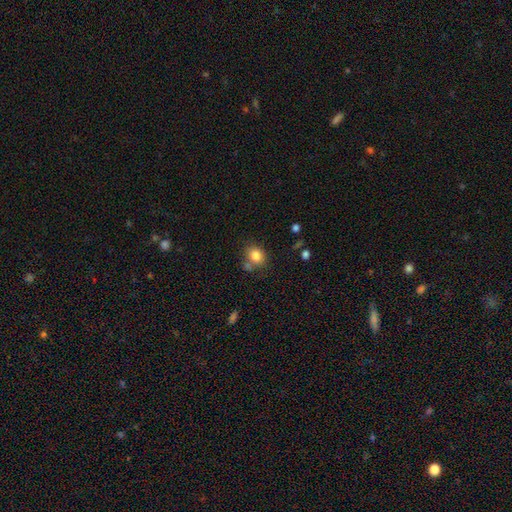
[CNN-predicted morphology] Smooth or featured: smooth — 83% (star or artifact — 10%)
How rounded: round — 60% (in between — 39%)
Merging: none — 62% (merger — 16%)